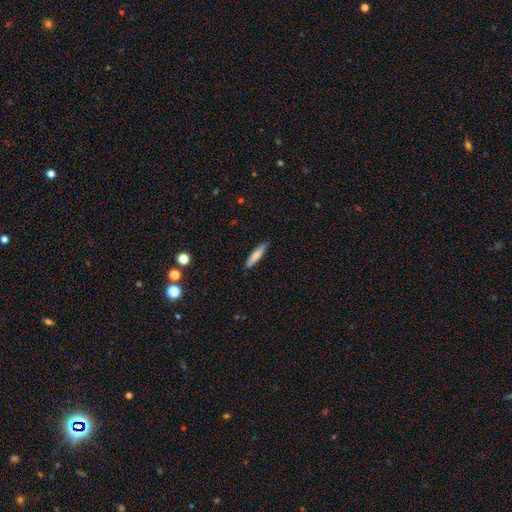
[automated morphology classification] Smooth or featured? Predicted: smooth (p=0.78). How rounded? Predicted: cigar-shaped (p=0.83). Merging? Predicted: none (p=0.87).